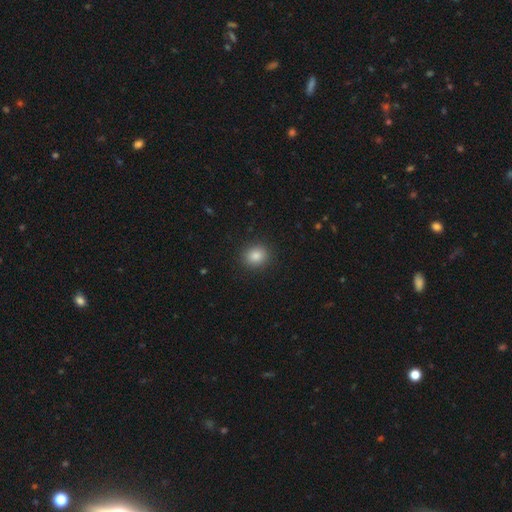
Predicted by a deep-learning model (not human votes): Smooth or featured: smooth — 85% (star or artifact — 11%)
How rounded: round — 75% (in between — 24%)
Merging: none — 91% (minor disturbance — 6%)